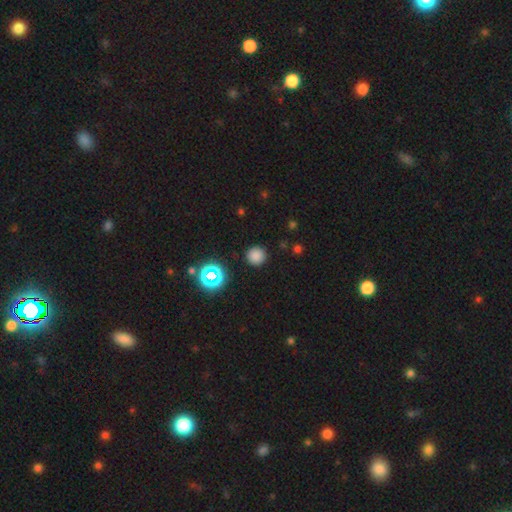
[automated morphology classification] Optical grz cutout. It shows a smooth galaxy with no disk features (78%) that is round (95%). Merging: none (90%).